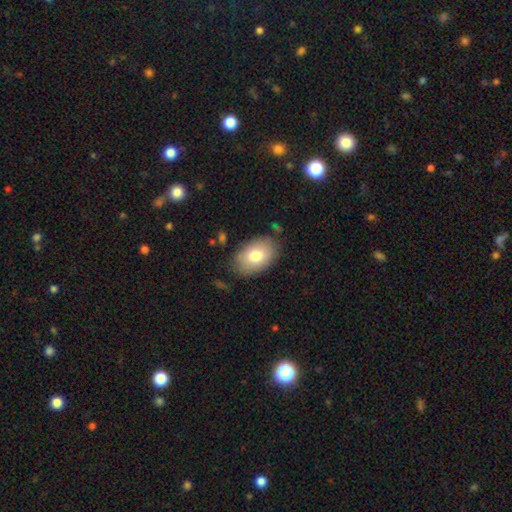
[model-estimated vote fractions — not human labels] Overall: smooth (77%). How rounded: in between (89%). Merging: none (80%).